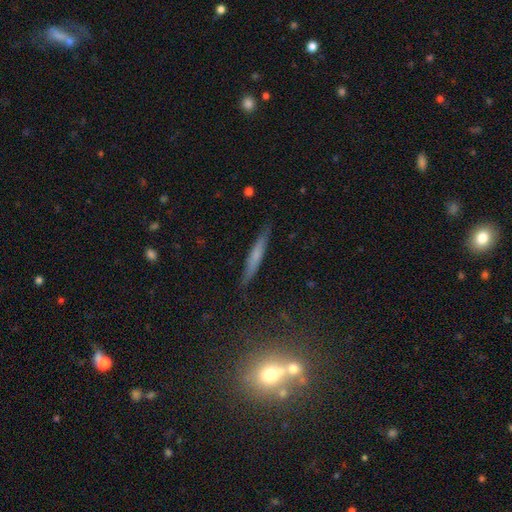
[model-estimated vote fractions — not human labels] Smooth or featured?
  - smooth: 53% *
  - featured or disk: 39%
  - star or artifact: 9%
How rounded?
  - cigar-shaped: 94% *
  - in between: 4%
  - round: 2%
Merging?
  - none: 86% *
  - minor disturbance: 10%
  - major disturbance: 2%
  - merger: 1%